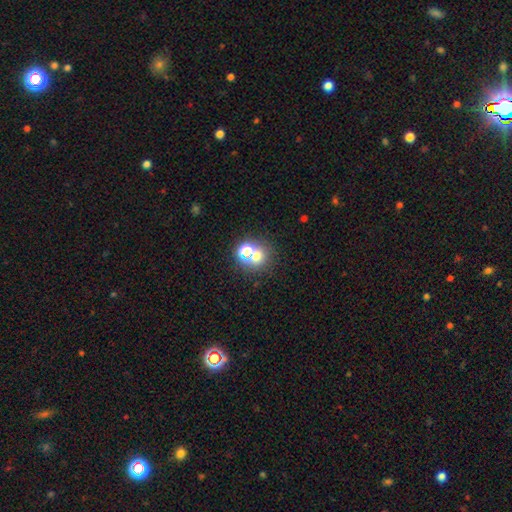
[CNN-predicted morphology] This appears to be a smooth galaxy with no disk features (57%) that is round (84%). Merging: none (63%).